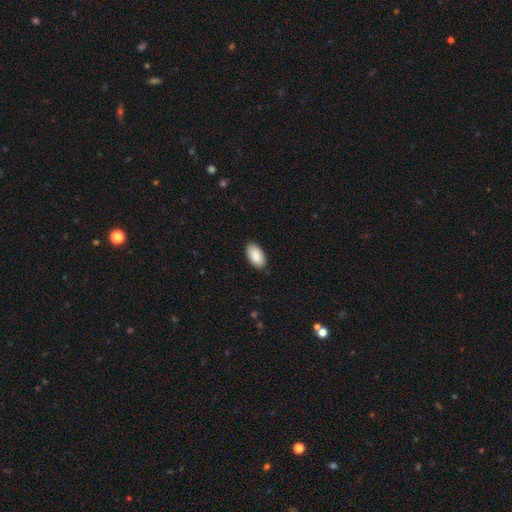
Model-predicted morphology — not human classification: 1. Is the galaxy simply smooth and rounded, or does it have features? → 90% smooth, 6% star or artifact, 4% featured or disk.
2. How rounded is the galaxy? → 96% in between, 2% round, 2% cigar-shaped.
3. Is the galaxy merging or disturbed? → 87% none, 10% minor disturbance, 2% major disturbance, 1% merger.